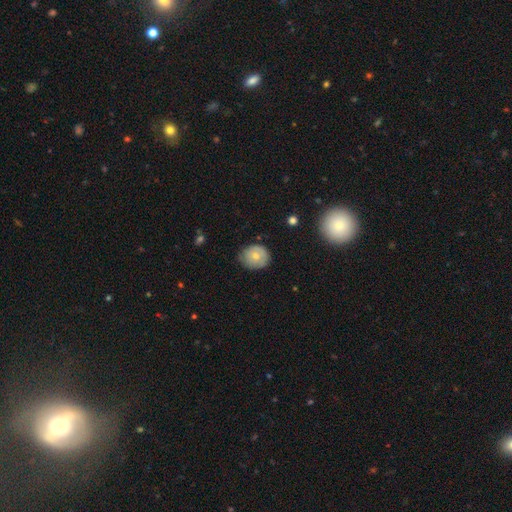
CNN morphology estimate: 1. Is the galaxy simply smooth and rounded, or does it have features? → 63% smooth, 28% featured or disk, 8% star or artifact.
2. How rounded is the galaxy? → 73% round, 26% in between, 1% cigar-shaped.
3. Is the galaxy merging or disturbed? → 70% none, 24% minor disturbance, 4% major disturbance, 1% merger.